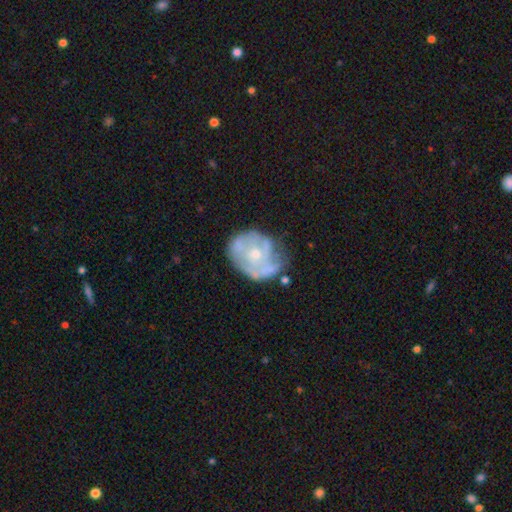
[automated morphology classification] smooth_or_featured: featured or disk (p=0.69) [alt: smooth p=0.25]
disk_edge_on: no (p=0.98) [alt: yes p=0.02]
bar: no (p=0.84) [alt: weak p=0.14]
has_spiral_arms: yes (p=0.54) [alt: no p=0.46]
bulge_size: small (p=0.52) [alt: moderate p=0.43]
merging: none (p=0.51) [alt: minor disturbance p=0.30]